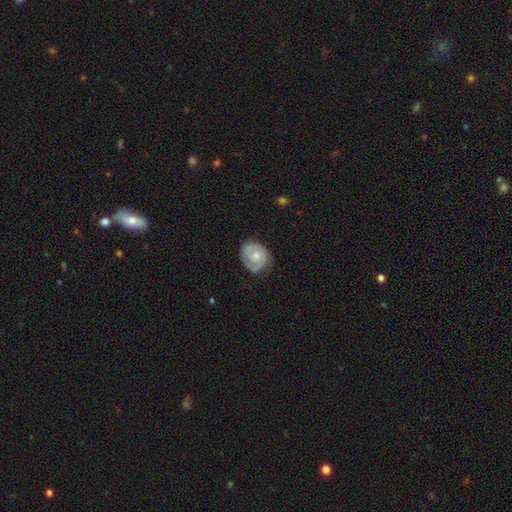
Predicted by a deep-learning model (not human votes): The model was most divided on "bulge size": small: 46%, moderate: 44%, none: 6%, large: 3%, dominant: 1%. More confident: edge-on disk — no (98%); spiral arms — yes (87%); merging — none (72%); bar — no (70%); smooth or featured — featured or disk (63%); spiral arm count — 2 (59%); spiral winding — tight (58%).